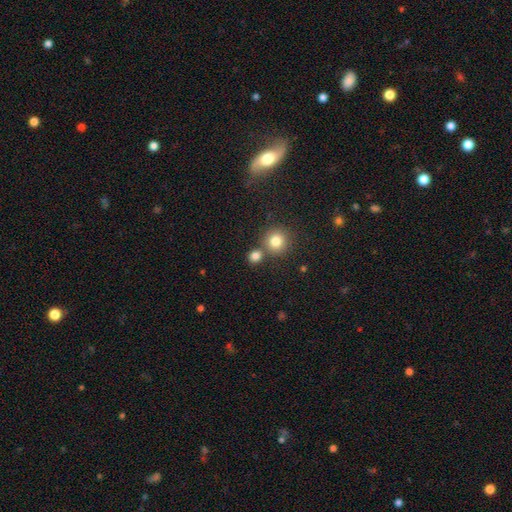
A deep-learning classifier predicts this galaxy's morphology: Q: Smooth or featured?
A: smooth (81%); runner-up: star or artifact (13%)
Q: How rounded?
A: round (85%); runner-up: in between (14%)
Q: Merging?
A: none (67%); runner-up: merger (23%)